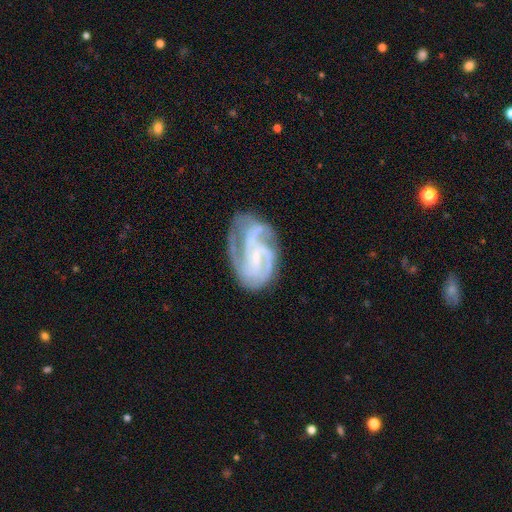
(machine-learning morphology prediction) Smooth or featured: featured or disk — 87% (smooth — 7%)
Edge-on disk: no — 98% (yes — 2%)
Bar: weak — 42% (no — 41%)
Spiral arms: yes — 97% (no — 3%)
Spiral winding: tight — 48% (medium — 42%)
Spiral arm count: 3 — 41% (2 — 26%)
Bulge size: small — 70% (moderate — 15%)
Merging: none — 56% (minor disturbance — 24%)